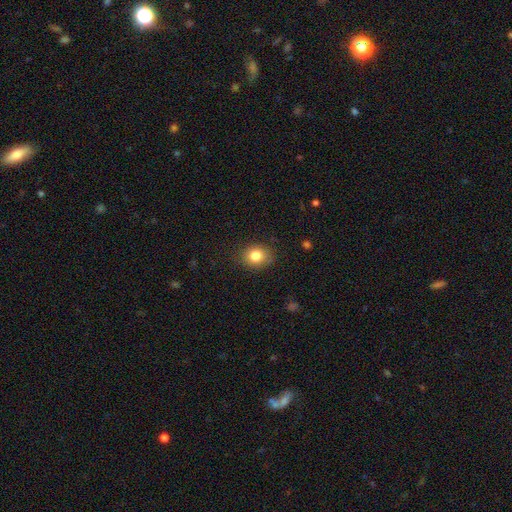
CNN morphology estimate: smooth 83%, star or artifact 10%, featured or disk 7%. Down the decision tree: how rounded — round (58%); merging — none (84%).